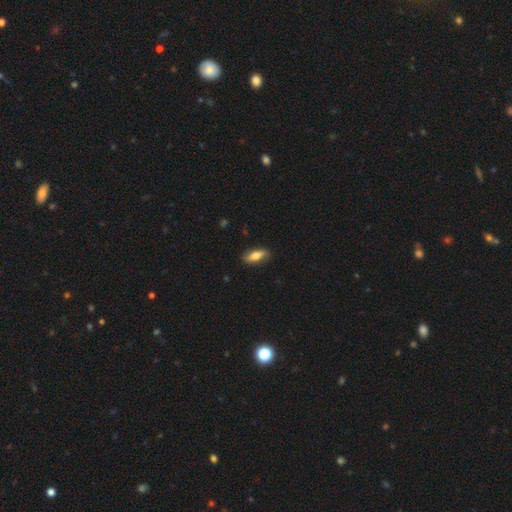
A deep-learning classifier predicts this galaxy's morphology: This is likely a smooth galaxy (74%). How rounded: likely in between (74%). Merging: clearly none (82%).